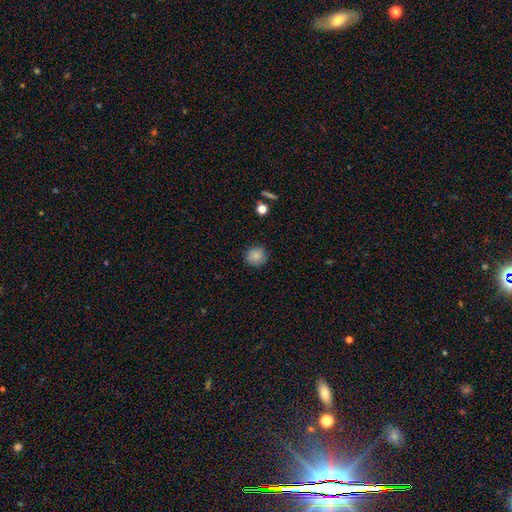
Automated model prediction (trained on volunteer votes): A smooth galaxy with no disk features (83%) that is round (86%).

Vote fractions:
- Smooth or featured? smooth: 83% / star or artifact: 10% / featured or disk: 7%
- How rounded? round: 86% / in between: 13% / cigar-shaped: 1%
- Merging? none: 84% / minor disturbance: 12% / major disturbance: 3% / merger: 1%